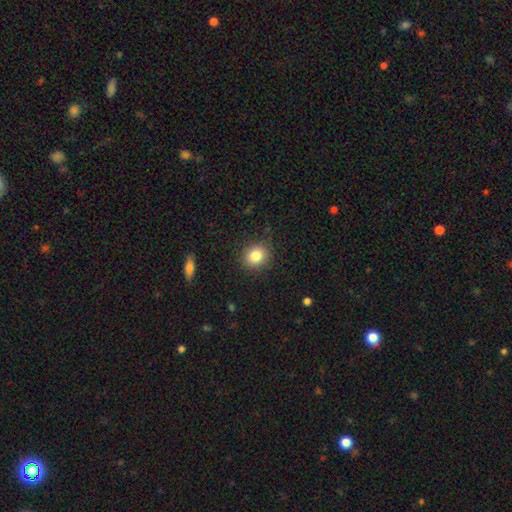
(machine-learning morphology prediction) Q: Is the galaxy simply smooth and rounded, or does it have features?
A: smooth — 83%.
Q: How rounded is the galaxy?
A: round — 75%.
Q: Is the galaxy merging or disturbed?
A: none — 89%.